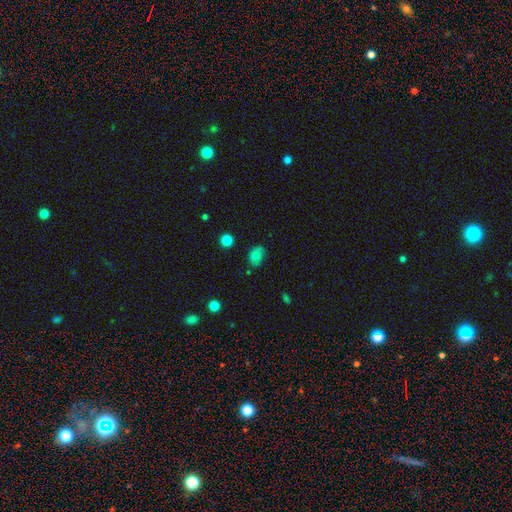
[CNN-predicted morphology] The model was most divided on "merging": none: 63%, minor disturbance: 27%, major disturbance: 7%, merger: 3%. More confident: smooth or featured — smooth (77%); how rounded — in between (70%).